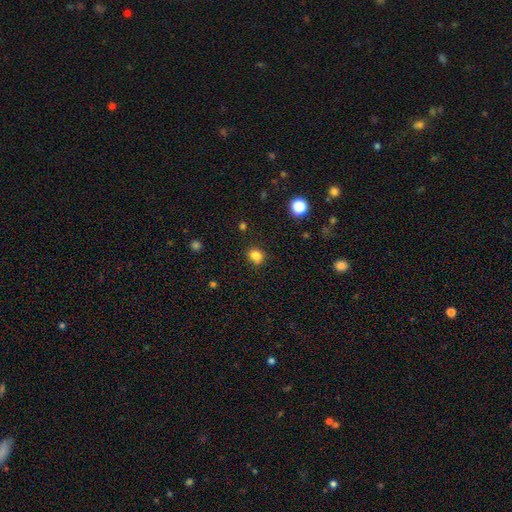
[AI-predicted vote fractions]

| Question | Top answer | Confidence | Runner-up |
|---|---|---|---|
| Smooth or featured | smooth | 82% | star or artifact (13%) |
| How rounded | round | 70% | in between (29%) |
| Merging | none | 80% | minor disturbance (13%) |